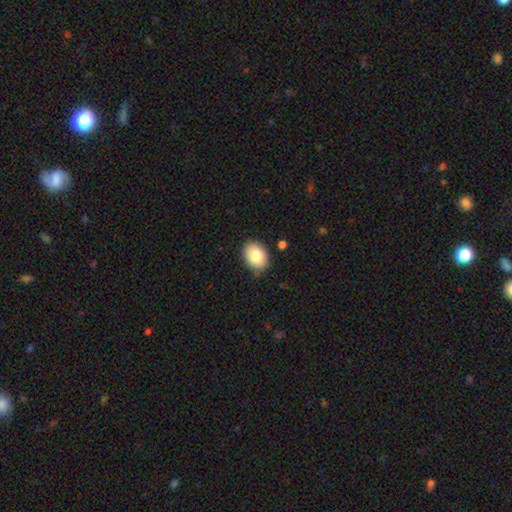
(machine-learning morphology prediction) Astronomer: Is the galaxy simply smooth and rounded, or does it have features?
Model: smooth — 82%.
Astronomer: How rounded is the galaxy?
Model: in between — 68%.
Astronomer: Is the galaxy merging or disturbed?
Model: none — 84%.